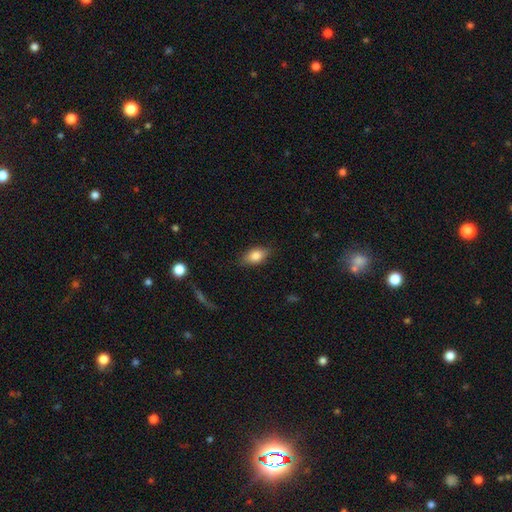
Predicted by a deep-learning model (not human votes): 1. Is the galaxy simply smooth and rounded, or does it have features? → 81% smooth, 11% featured or disk, 8% star or artifact.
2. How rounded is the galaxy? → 87% in between, 7% round, 6% cigar-shaped.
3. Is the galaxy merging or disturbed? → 84% none, 13% minor disturbance, 3% major disturbance, 1% merger.